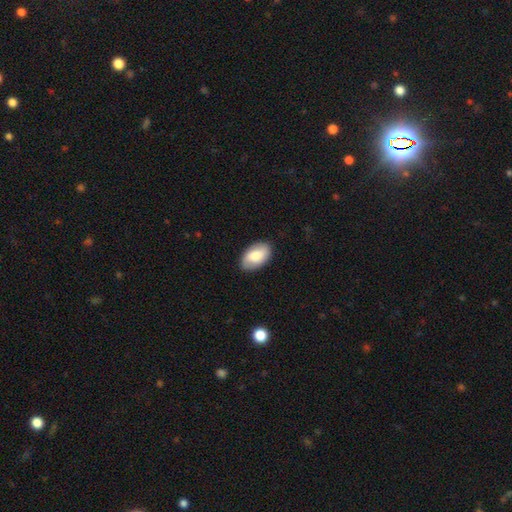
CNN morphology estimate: This is likely a smooth galaxy (74%). How rounded: clearly in between (93%). Merging: clearly none (85%).